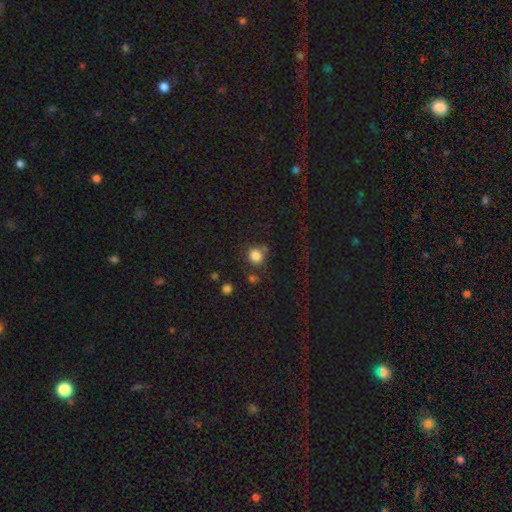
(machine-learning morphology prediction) Smooth or featured? Predicted: smooth (p=0.83). How rounded? Predicted: round (p=0.89). Merging? Predicted: none (p=0.72).